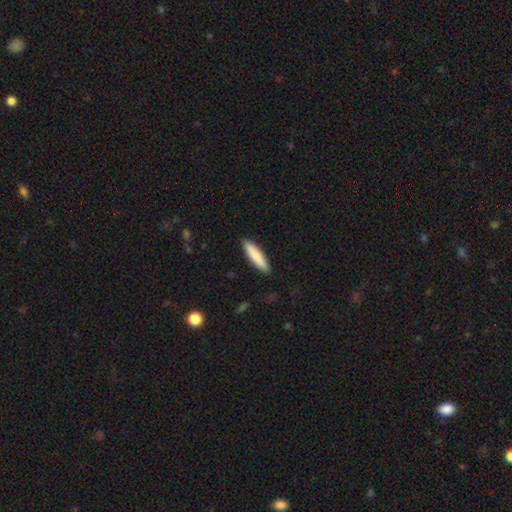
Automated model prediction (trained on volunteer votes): A smooth galaxy with no disk features (85%) that is cigar-shaped (79%).

Vote fractions:
- Smooth or featured? smooth: 85% / featured or disk: 10% / star or artifact: 5%
- How rounded? cigar-shaped: 79% / in between: 19% / round: 1%
- Merging? none: 90% / minor disturbance: 7% / major disturbance: 2% / merger: 1%